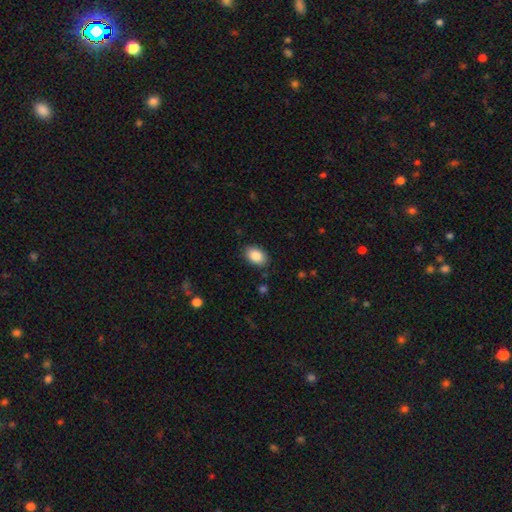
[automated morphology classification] Smooth or featured? Predicted: smooth (p=0.87). How rounded? Predicted: in between (p=0.88). Merging? Predicted: none (p=0.86).